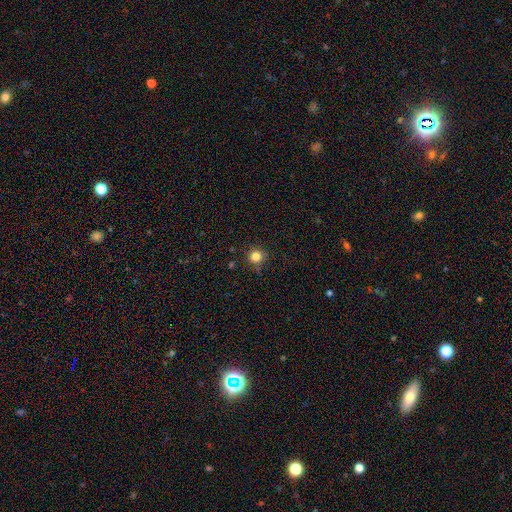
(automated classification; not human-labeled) Smooth or featured? Predicted: smooth (p=0.82). How rounded? Predicted: round (p=0.93). Merging? Predicted: none (p=0.85).